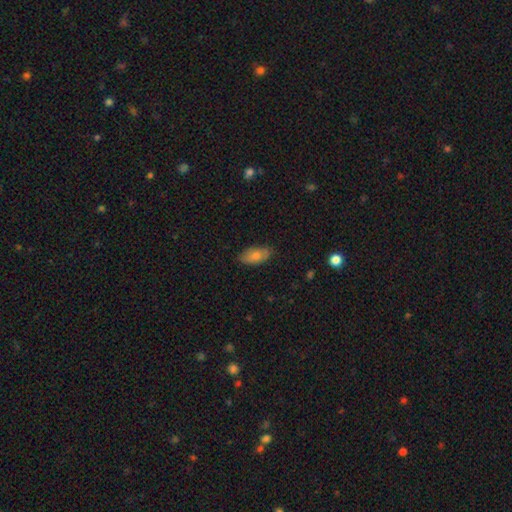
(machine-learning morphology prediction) smooth_or_featured: smooth (p=0.72) [alt: featured or disk p=0.20]
how_rounded: in between (p=0.89) [alt: cigar-shaped p=0.07]
merging: none (p=0.83) [alt: minor disturbance p=0.13]